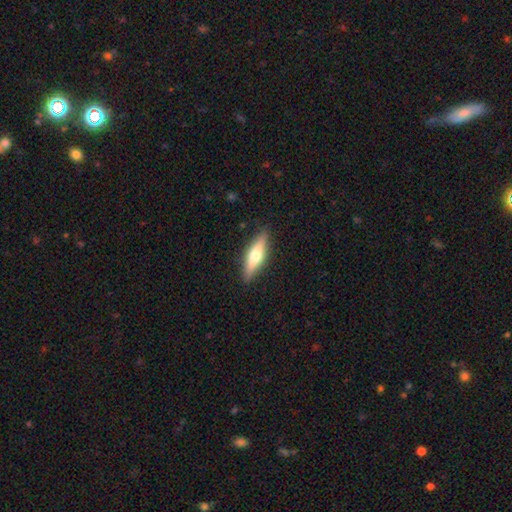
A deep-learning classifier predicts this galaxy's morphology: The model was most divided on "smooth or featured": smooth: 51%, featured or disk: 44%, star or artifact: 6%. More confident: merging — none (88%); how rounded — cigar-shaped (66%).